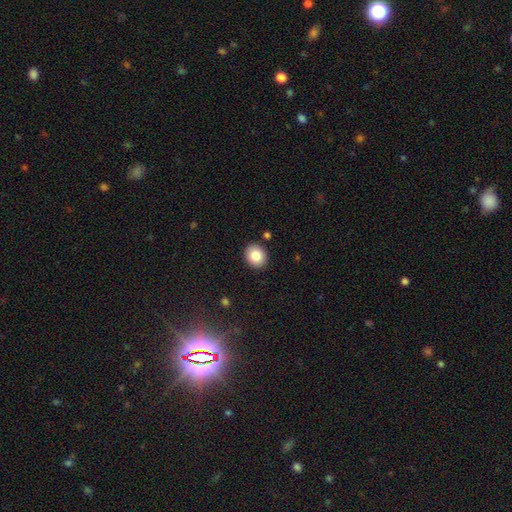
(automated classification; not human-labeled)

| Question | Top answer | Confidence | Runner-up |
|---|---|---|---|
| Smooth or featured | smooth | 84% | star or artifact (9%) |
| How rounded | round | 62% | in between (37%) |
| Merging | none | 90% | minor disturbance (7%) |